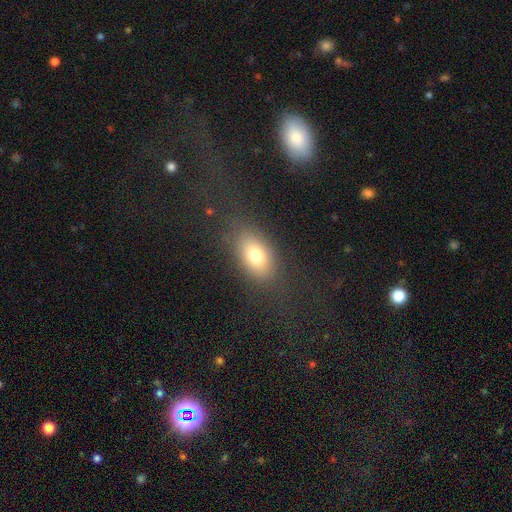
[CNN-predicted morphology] Smooth or featured? Predicted: smooth (p=0.73). How rounded? Predicted: in between (p=0.82). Merging? Predicted: none (p=0.78).